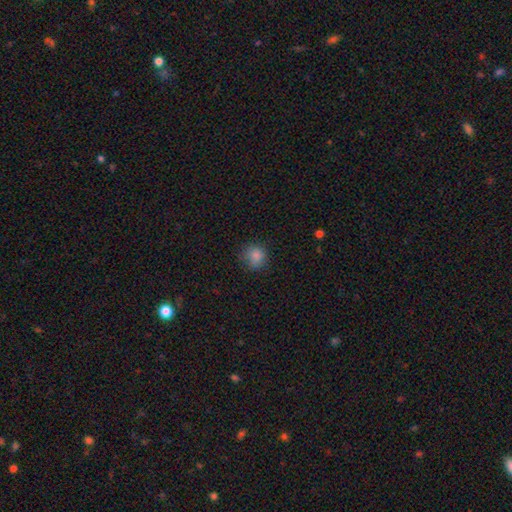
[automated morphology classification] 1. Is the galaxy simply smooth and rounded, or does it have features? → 84% smooth, 11% star or artifact, 5% featured or disk.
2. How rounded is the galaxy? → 86% round, 13% in between, 1% cigar-shaped.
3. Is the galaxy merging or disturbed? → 77% none, 17% minor disturbance, 5% major disturbance, 1% merger.